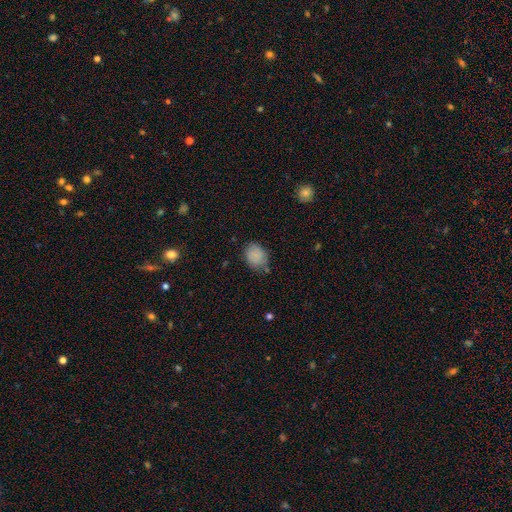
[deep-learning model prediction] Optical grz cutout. It shows a smooth galaxy with no disk features (81%) that is in between round and cigar-shaped (54%). Merging: none (62%).